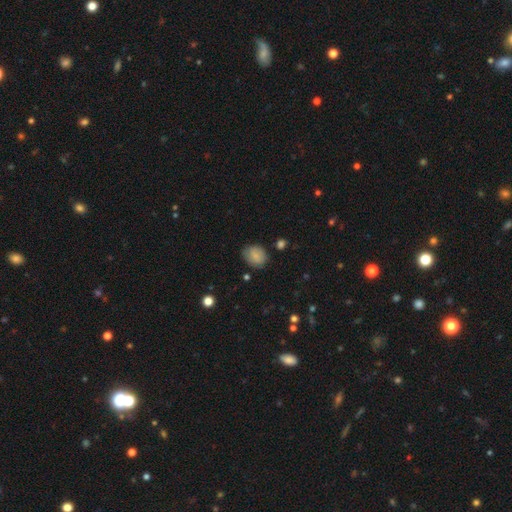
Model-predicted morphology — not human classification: A smooth galaxy with no disk features (81%) that is round (57%).

Vote fractions:
- Smooth or featured? smooth: 81% / featured or disk: 10% / star or artifact: 9%
- How rounded? round: 57% / in between: 42% / cigar-shaped: 1%
- Merging? none: 73% / minor disturbance: 20% / major disturbance: 5% / merger: 2%